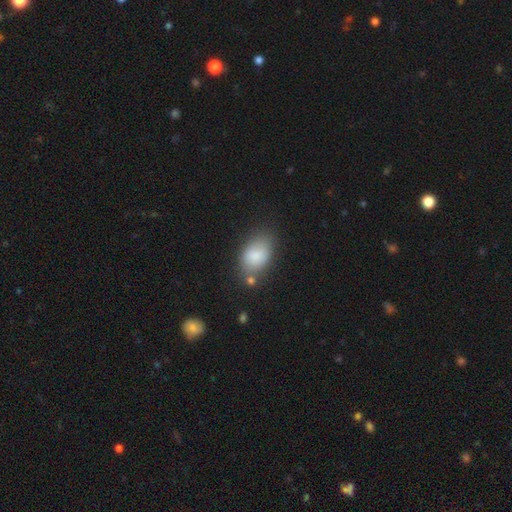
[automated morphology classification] The model was most divided on "merging": none: 62%, minor disturbance: 21%, merger: 10%, major disturbance: 7%. More confident: how rounded — in between (88%); smooth or featured — smooth (84%).